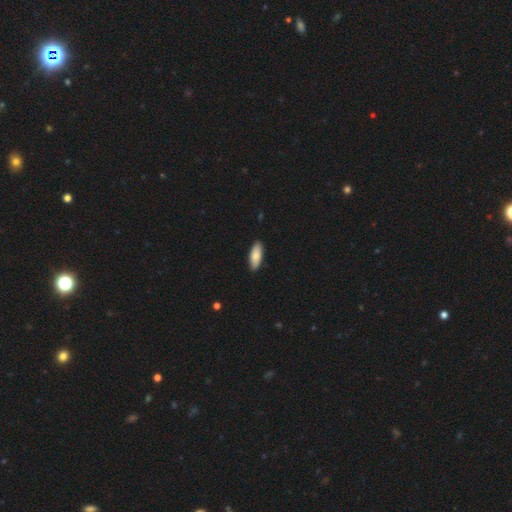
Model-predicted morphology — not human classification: Q: Smooth or featured?
A: smooth (84%); runner-up: featured or disk (10%)
Q: How rounded?
A: in between (74%); runner-up: cigar-shaped (24%)
Q: Merging?
A: none (89%); runner-up: minor disturbance (9%)